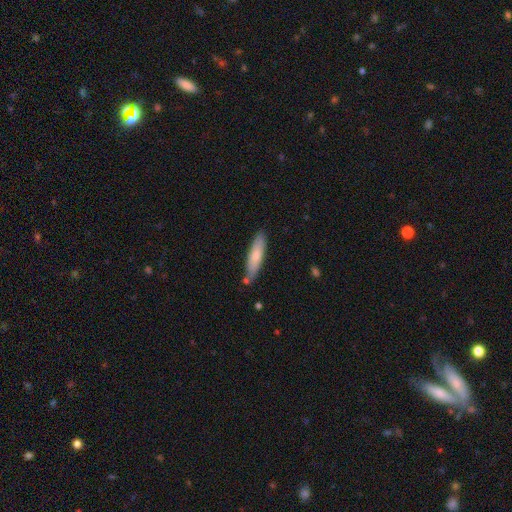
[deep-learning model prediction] Q: Smooth or featured?
A: smooth (72%); runner-up: featured or disk (23%)
Q: How rounded?
A: cigar-shaped (77%); runner-up: in between (22%)
Q: Merging?
A: none (77%); runner-up: minor disturbance (15%)